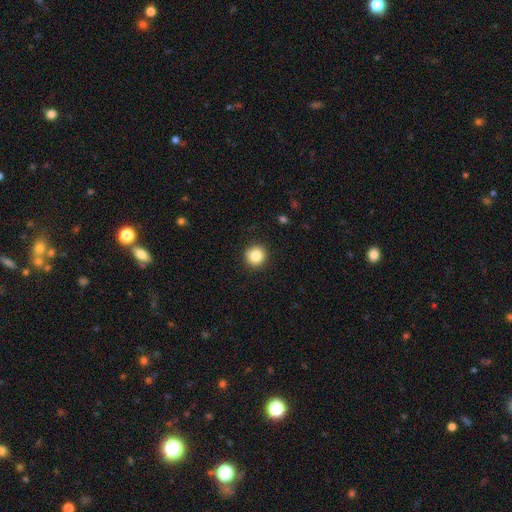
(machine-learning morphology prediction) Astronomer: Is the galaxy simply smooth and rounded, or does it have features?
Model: smooth — 85%.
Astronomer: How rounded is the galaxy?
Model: round — 93%.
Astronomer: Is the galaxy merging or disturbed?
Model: none — 91%.